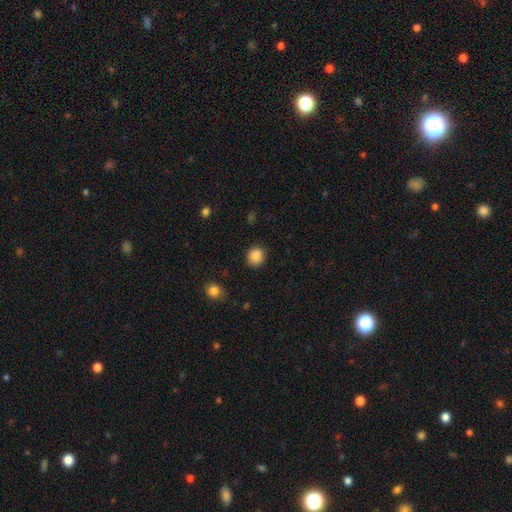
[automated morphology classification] This is clearly a smooth galaxy (88%). How rounded: clearly round (83%). Merging: clearly none (88%).